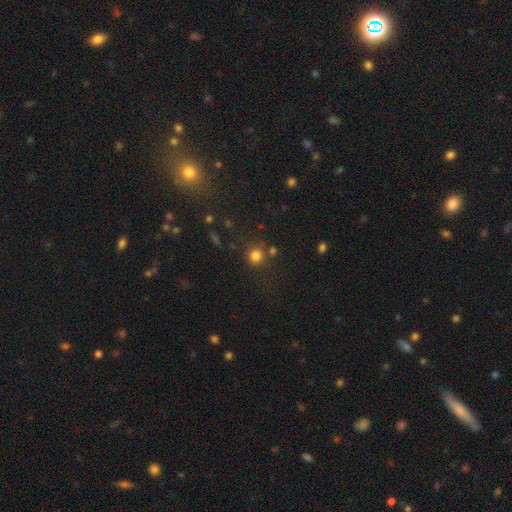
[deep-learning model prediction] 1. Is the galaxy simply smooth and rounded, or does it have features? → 80% smooth, 14% star or artifact, 6% featured or disk.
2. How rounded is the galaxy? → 92% round, 7% in between, 1% cigar-shaped.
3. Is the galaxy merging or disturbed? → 77% none, 10% minor disturbance, 9% merger, 4% major disturbance.